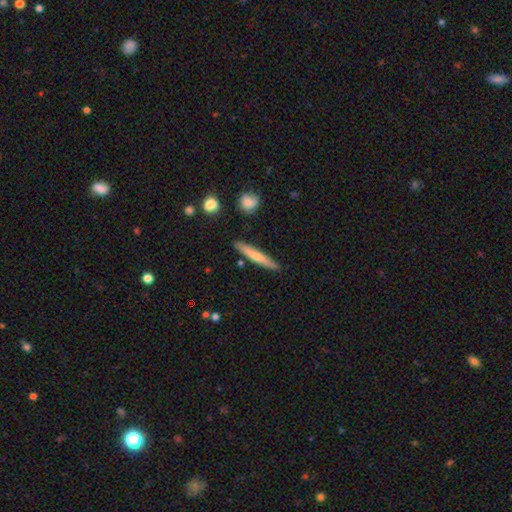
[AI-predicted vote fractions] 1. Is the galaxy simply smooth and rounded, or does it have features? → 60% smooth, 34% featured or disk, 6% star or artifact.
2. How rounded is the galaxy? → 93% cigar-shaped, 6% in between, 2% round.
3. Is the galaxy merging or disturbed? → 87% none, 9% minor disturbance, 2% merger, 2% major disturbance.